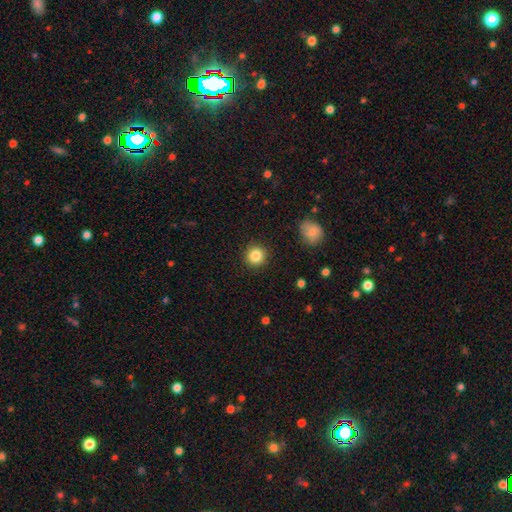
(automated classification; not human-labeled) This is clearly a smooth galaxy (85%). How rounded: clearly round (93%). Merging: clearly none (91%).